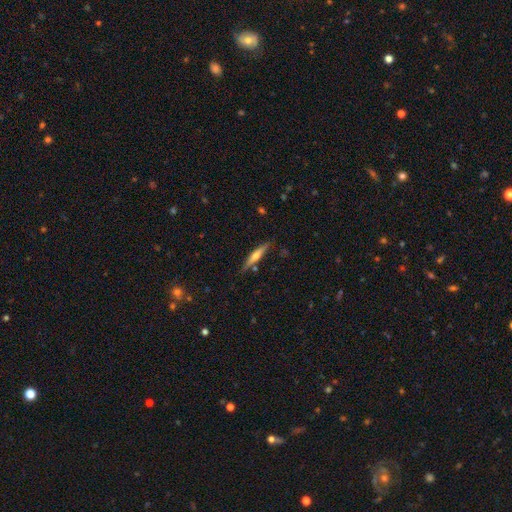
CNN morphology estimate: featured or disk 52%, smooth 41%, star or artifact 6%. Down the decision tree: edge-on disk — yes (95%); merging — none (83%).